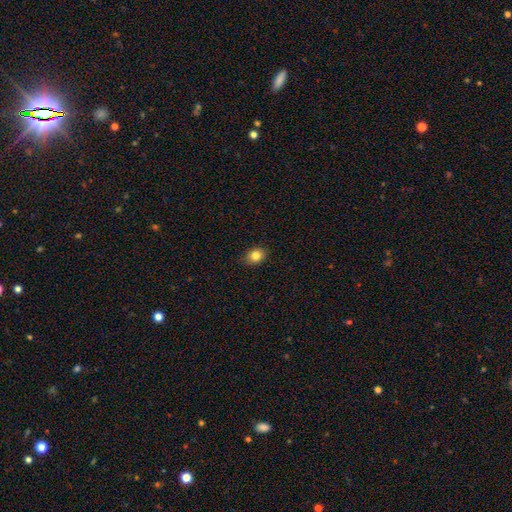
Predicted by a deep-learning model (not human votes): The model was most divided on "how rounded": in between: 59%, round: 40%, cigar-shaped: 1%. More confident: merging — none (87%); smooth or featured — smooth (83%).